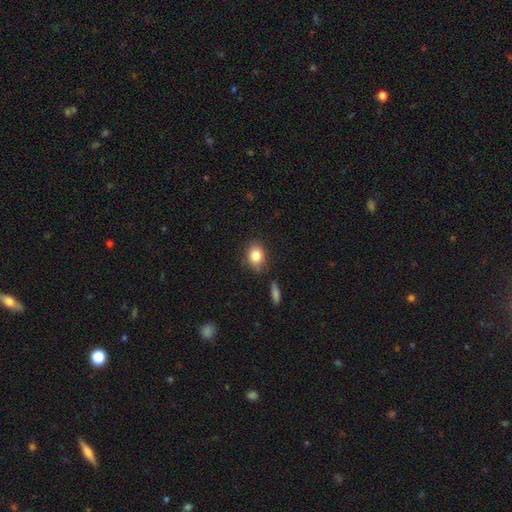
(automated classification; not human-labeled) smooth 83%, star or artifact 9%, featured or disk 8%. Down the decision tree: how rounded — in between (60%); merging — none (77%).